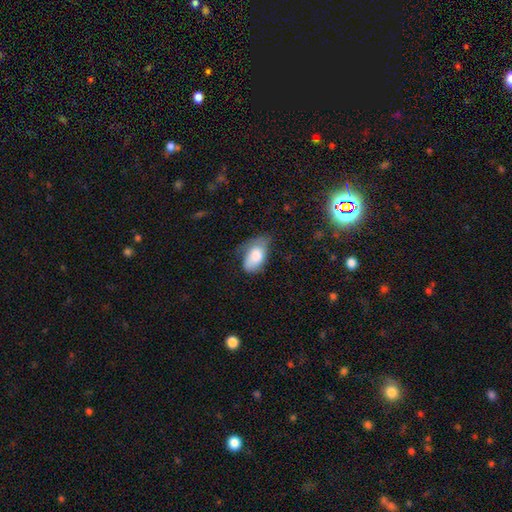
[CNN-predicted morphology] Smooth or featured: smooth — 75% (featured or disk — 19%)
How rounded: in between — 93% (round — 5%)
Merging: none — 41% (minor disturbance — 40%)